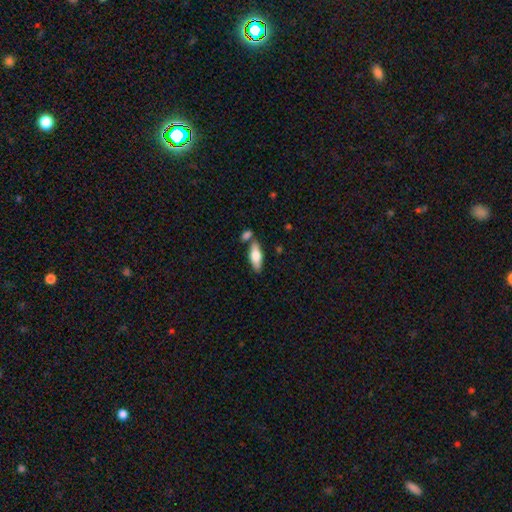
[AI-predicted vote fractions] Q: Smooth or featured?
A: smooth (70%); runner-up: featured or disk (25%)
Q: How rounded?
A: in between (70%); runner-up: cigar-shaped (28%)
Q: Merging?
A: none (69%); runner-up: merger (15%)